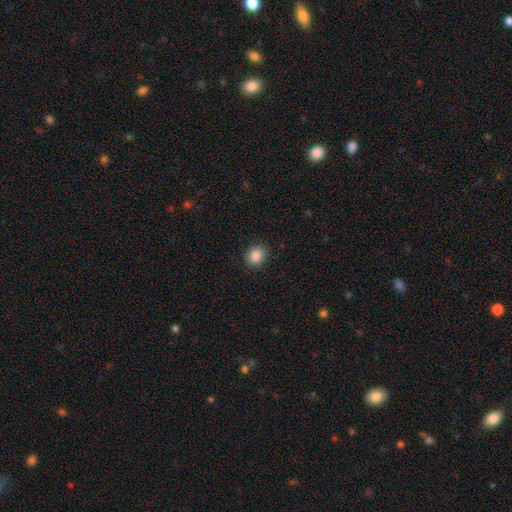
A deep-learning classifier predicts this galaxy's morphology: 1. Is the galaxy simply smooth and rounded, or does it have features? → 87% smooth, 9% star or artifact, 4% featured or disk.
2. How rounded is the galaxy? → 69% round, 30% in between, 1% cigar-shaped.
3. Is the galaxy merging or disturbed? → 87% none, 9% minor disturbance, 2% major disturbance, 1% merger.